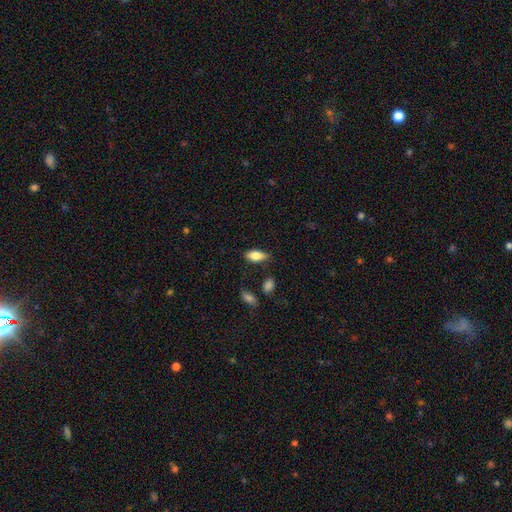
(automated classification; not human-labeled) Smooth or featured: smooth — 79% (featured or disk — 13%)
How rounded: in between — 85% (cigar-shaped — 12%)
Merging: none — 72% (minor disturbance — 20%)